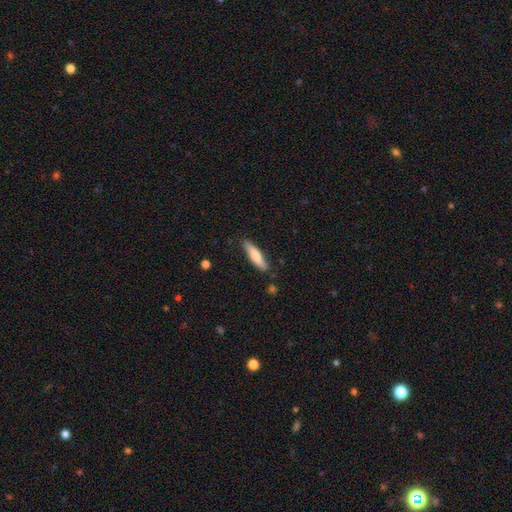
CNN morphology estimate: A smooth galaxy with no disk features (73%) that is cigar-shaped (78%). Merging: none (84%).